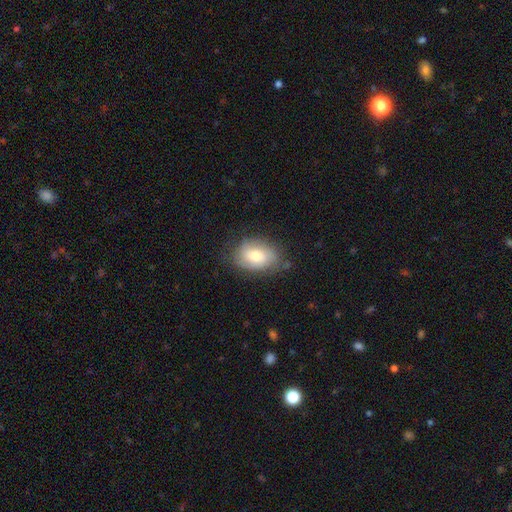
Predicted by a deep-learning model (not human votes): Smooth or featured: smooth — 62% (featured or disk — 30%)
How rounded: in between — 79% (round — 20%)
Merging: none — 68% (minor disturbance — 24%)